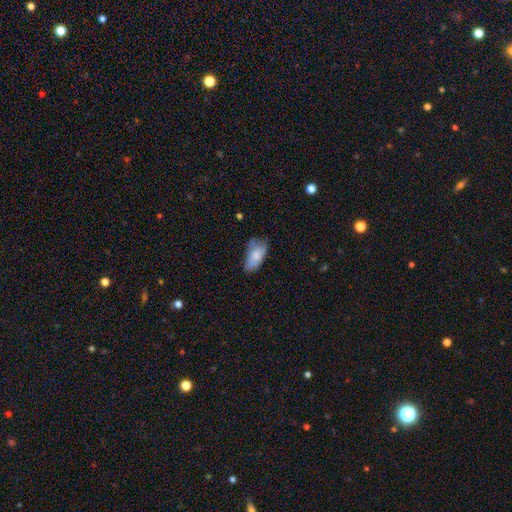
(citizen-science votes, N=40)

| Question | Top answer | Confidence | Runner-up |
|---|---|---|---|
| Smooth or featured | smooth | 75% | featured or disk (15%) |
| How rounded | in between | 87% | cigar-shaped (10%) |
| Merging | minor disturbance | 42% | none (33%) |